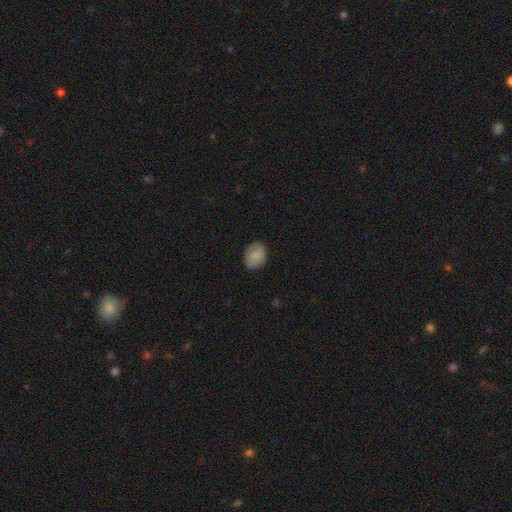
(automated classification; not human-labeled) Smooth or featured? smooth (84%)
How rounded? in between (64%)
Merging? none (82%)